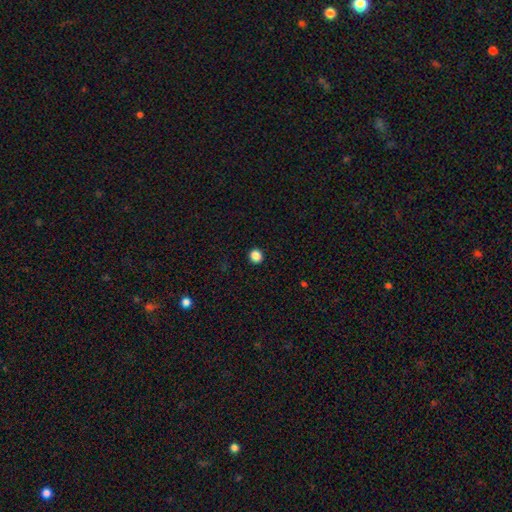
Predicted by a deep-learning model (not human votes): This is clearly a smooth galaxy (87%). How rounded: clearly round (88%). Merging: clearly none (93%).